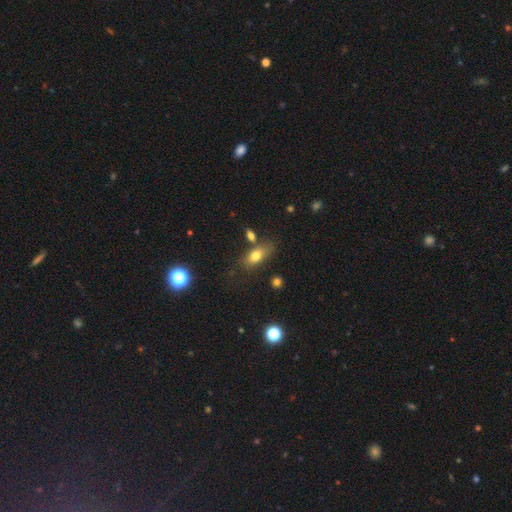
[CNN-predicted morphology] Overall: smooth (75%). How rounded: in between (83%). Merging: none (64%).